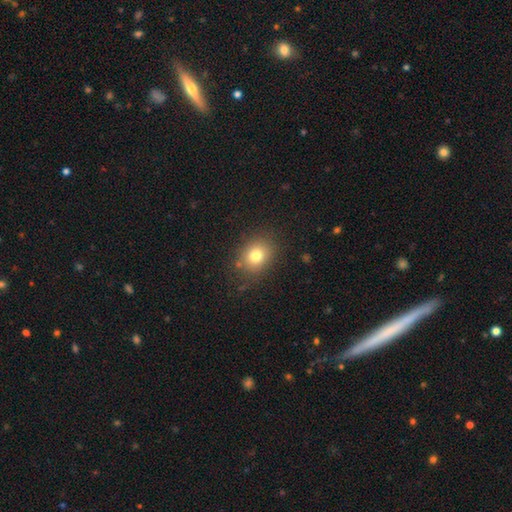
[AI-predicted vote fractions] Morphology: type=smooth (77%); roundness=round (59%); merging=none (84%).